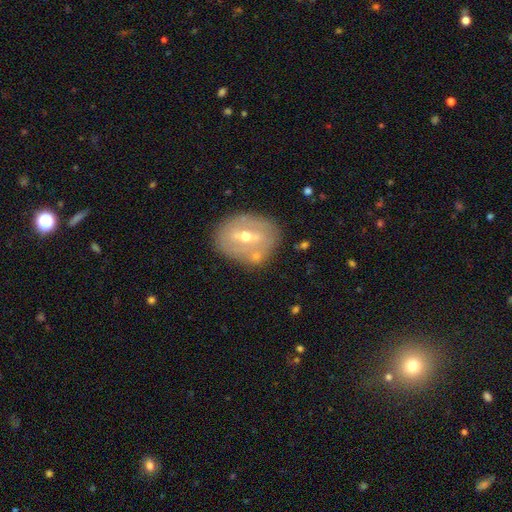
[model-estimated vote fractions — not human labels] A featured or disk galaxy (67%) with a strong bar (41%), no spiral arms (69%) and a moderate central bulge (68%). Merging: none (75%).